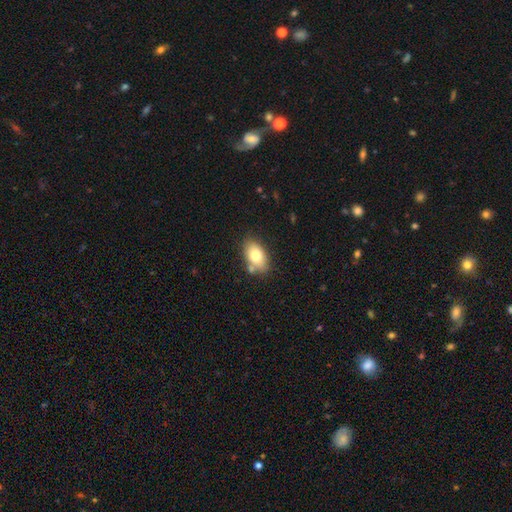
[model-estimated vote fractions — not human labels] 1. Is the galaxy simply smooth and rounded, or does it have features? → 76% smooth, 16% featured or disk, 8% star or artifact.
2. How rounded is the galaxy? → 89% in between, 9% round, 2% cigar-shaped.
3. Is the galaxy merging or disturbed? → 72% none, 15% minor disturbance, 9% merger, 4% major disturbance.